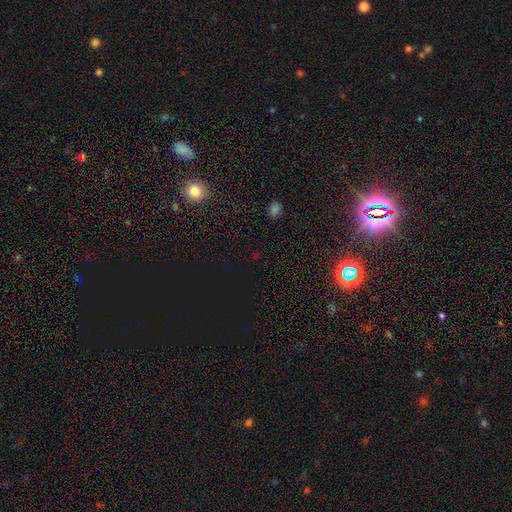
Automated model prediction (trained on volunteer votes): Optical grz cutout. It shows a star or artifact, not a galaxy (71%).